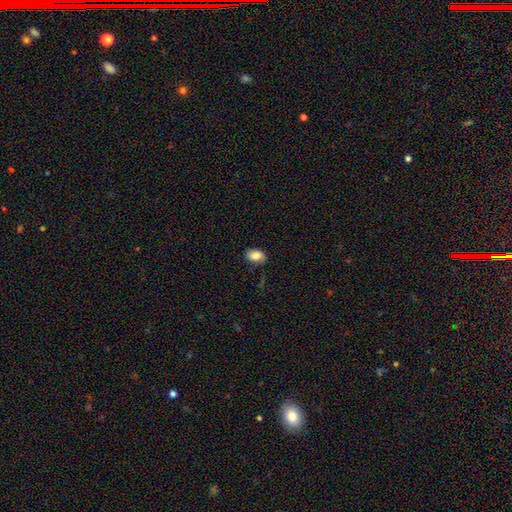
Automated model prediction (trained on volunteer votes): The model was most divided on "merging": none: 82%, minor disturbance: 14%, major disturbance: 3%, merger: 1%. More confident: smooth or featured — smooth (86%); how rounded — in between (85%).